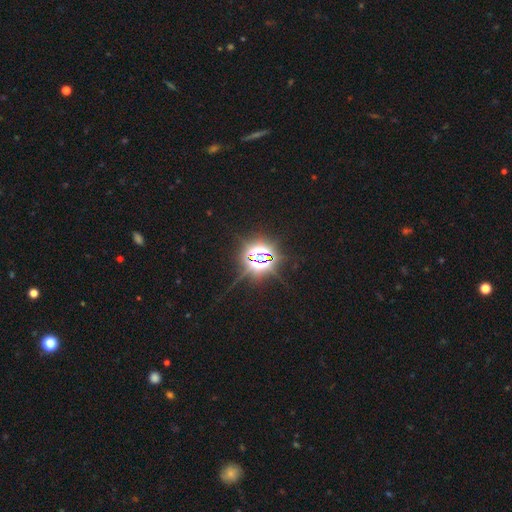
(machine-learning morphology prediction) smooth-or-featured: star or artifact: 81% | smooth: 10% | featured or disk: 9%